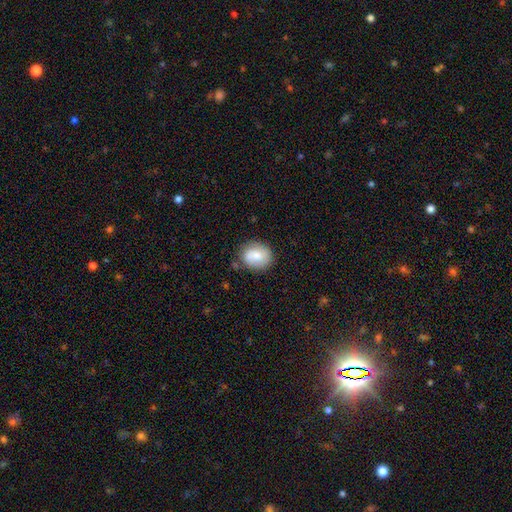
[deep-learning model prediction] smooth_or_featured: smooth (p=0.73) [alt: featured or disk p=0.19]
how_rounded: round (p=0.64) [alt: in between p=0.36]
merging: none (p=0.76) [alt: minor disturbance p=0.17]